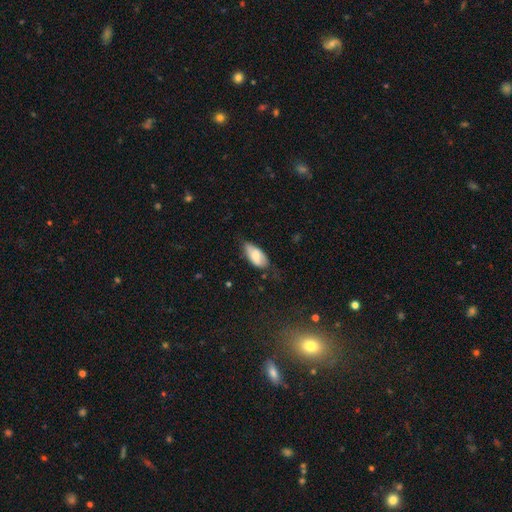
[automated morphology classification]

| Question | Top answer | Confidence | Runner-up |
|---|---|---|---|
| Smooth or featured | smooth | 69% | featured or disk (24%) |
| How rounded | in between | 90% | cigar-shaped (7%) |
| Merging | none | 52% | minor disturbance (35%) |